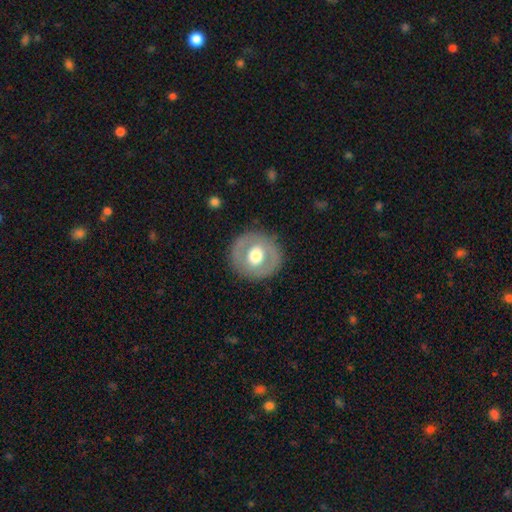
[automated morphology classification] The model was most divided on "smooth or featured": smooth: 51%, featured or disk: 43%, star or artifact: 7%. More confident: how rounded — round (91%); merging — none (86%).